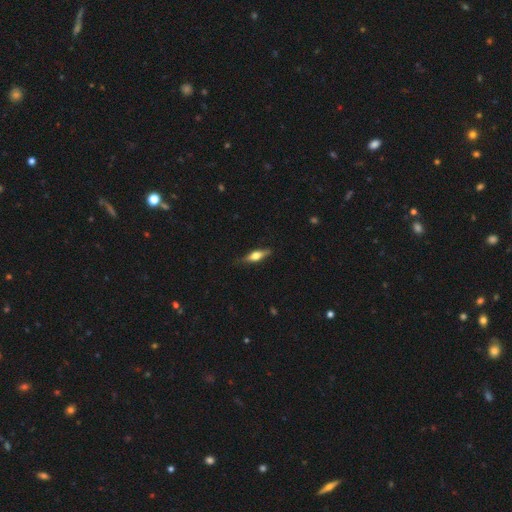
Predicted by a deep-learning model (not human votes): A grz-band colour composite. It shows a featured or disk galaxy (53%) viewed edge-on (93%). Merging: none (82%).